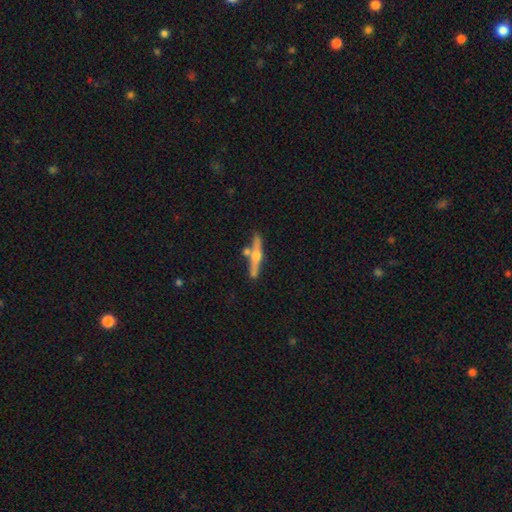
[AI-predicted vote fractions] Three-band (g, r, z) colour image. It shows a featured or disk galaxy (70%) viewed edge-on (96%) with a rounded central bulge (93%). Merging: none (75%).